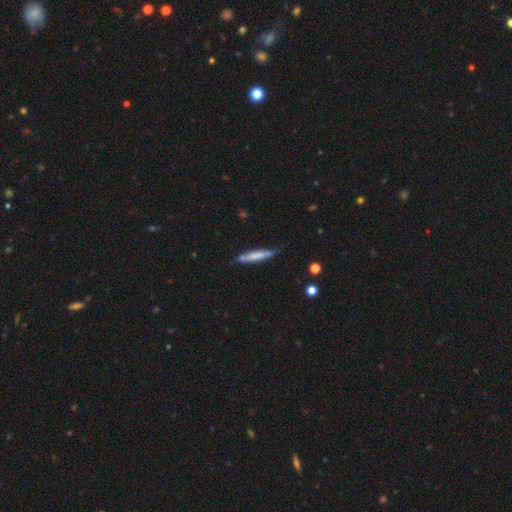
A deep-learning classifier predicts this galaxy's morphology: Q: Smooth or featured?
A: smooth (58%); runner-up: featured or disk (36%)
Q: How rounded?
A: cigar-shaped (90%); runner-up: in between (9%)
Q: Merging?
A: none (68%); runner-up: minor disturbance (23%)